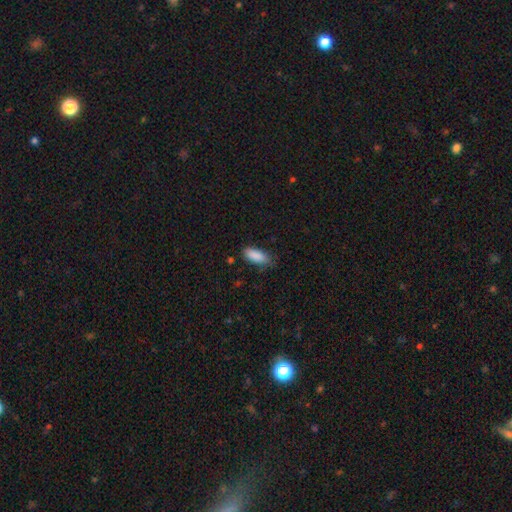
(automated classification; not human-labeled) smooth-or-featured: smooth: 88% | star or artifact: 7% | featured or disk: 5%
  how-rounded: in between: 78% | cigar-shaped: 20% | round: 2%
  merging: none: 72% | minor disturbance: 23% | major disturbance: 4% | merger: 1%